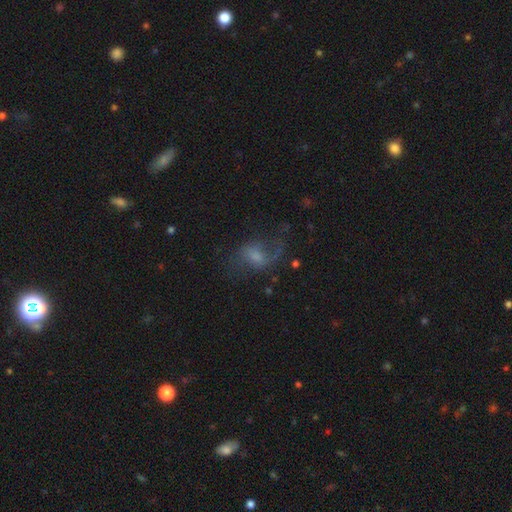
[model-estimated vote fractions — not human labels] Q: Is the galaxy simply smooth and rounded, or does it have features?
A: featured or disk — 58%.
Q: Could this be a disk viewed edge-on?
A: no — 96%.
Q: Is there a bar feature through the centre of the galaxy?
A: no — 49%.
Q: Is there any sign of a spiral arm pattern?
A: yes — 85%.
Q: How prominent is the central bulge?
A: moderate — 37%.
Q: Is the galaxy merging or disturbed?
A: none — 56%.